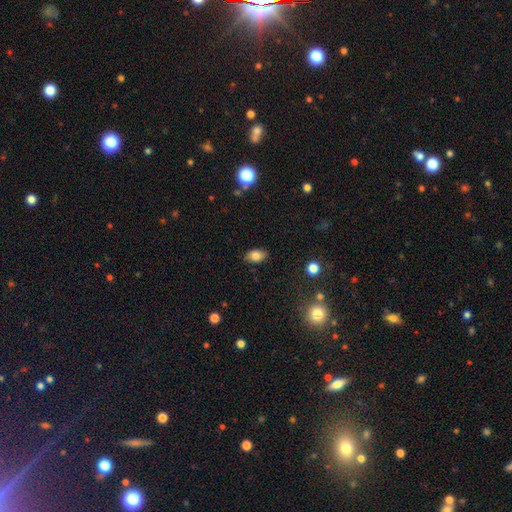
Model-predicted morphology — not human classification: smooth 82%, star or artifact 10%, featured or disk 8%. Down the decision tree: how rounded — in between (89%); merging — none (84%).